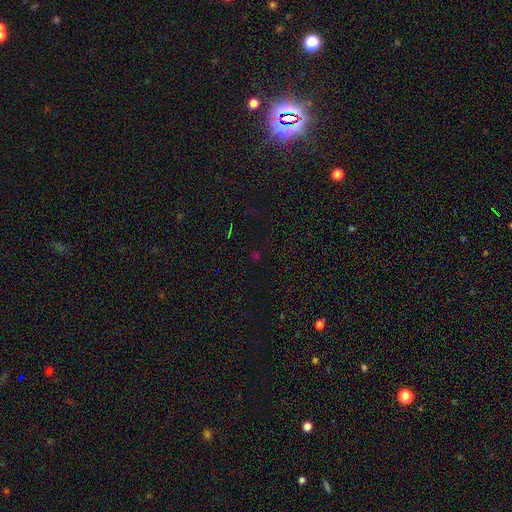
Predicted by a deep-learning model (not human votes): The model was most divided on "smooth or featured": star or artifact: 61%, smooth: 32%, featured or disk: 7%.